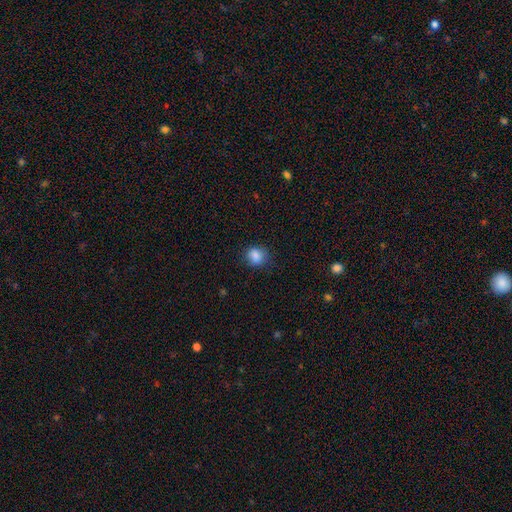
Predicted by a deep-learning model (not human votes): A smooth galaxy with no disk features (85%) that is round (70%).

Vote fractions:
- Smooth or featured? smooth: 85% / star or artifact: 10% / featured or disk: 5%
- How rounded? round: 70% / in between: 29% / cigar-shaped: 1%
- Merging? none: 78% / minor disturbance: 17% / major disturbance: 4% / merger: 1%